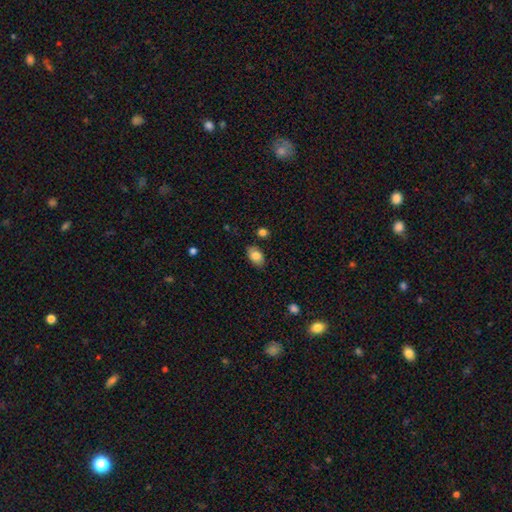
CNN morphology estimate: This appears to be a smooth galaxy with no disk features (83%) that is in between round and cigar-shaped (90%). Merging: none (82%).